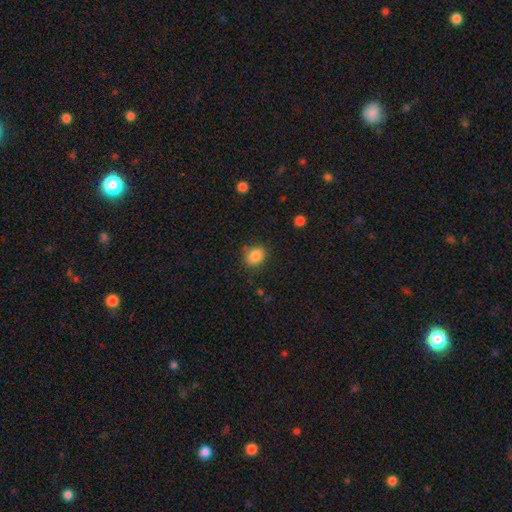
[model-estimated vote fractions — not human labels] Q: Smooth or featured?
A: smooth (86%); runner-up: star or artifact (9%)
Q: How rounded?
A: round (56%); runner-up: in between (43%)
Q: Merging?
A: none (83%); runner-up: minor disturbance (12%)